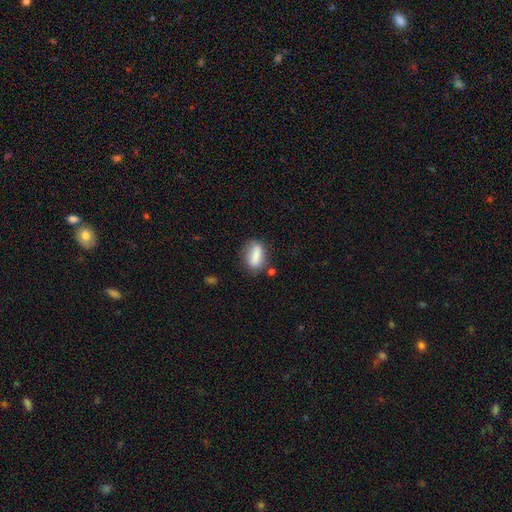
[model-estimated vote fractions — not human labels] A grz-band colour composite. It shows a smooth galaxy with no disk features (81%) that is in between round and cigar-shaped (76%). Merging: none (68%).